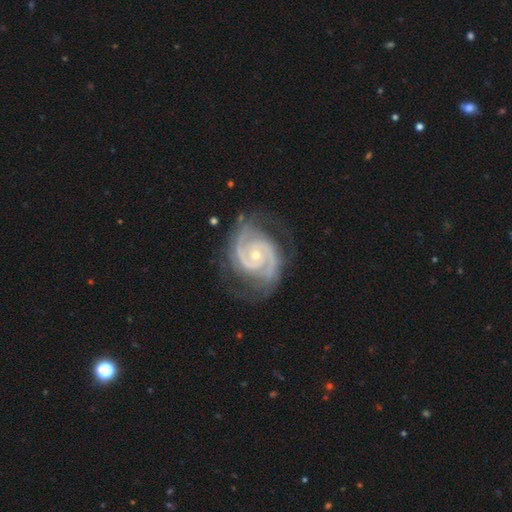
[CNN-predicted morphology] Smooth or featured: featured or disk — 93% (star or artifact — 4%)
Edge-on disk: no — 98% (yes — 2%)
Bar: no — 66% (weak — 26%)
Spiral arms: yes — 99% (no — 1%)
Spiral winding: tight — 61% (medium — 34%)
Spiral arm count: 2 — 82% (3 — 8%)
Bulge size: small — 61% (moderate — 36%)
Merging: none — 72% (minor disturbance — 19%)